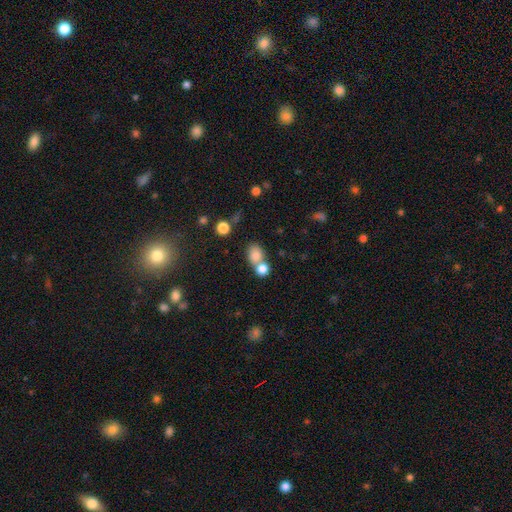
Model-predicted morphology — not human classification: A smooth galaxy with no disk features (80%) that is in between round and cigar-shaped (51%).

Vote fractions:
- Smooth or featured? smooth: 80% / star or artifact: 11% / featured or disk: 8%
- How rounded? in between: 51% / round: 47% / cigar-shaped: 2%
- Merging? merger: 47% / none: 40% / minor disturbance: 8% / major disturbance: 4%